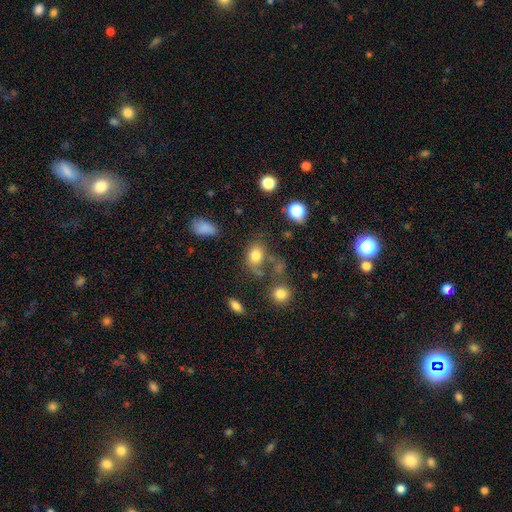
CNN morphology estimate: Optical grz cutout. It shows a smooth galaxy with no disk features (78%) that is in between round and cigar-shaped (70%). Merging: none (45%).